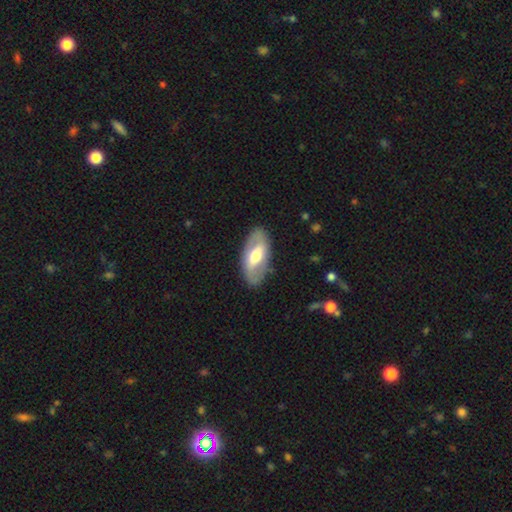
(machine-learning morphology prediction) type=featured or disk (59%); edge-on=no (85%); bar=strong (47%); spiral arms=no (55%); bulge=moderate (67%); merging=none (84%).